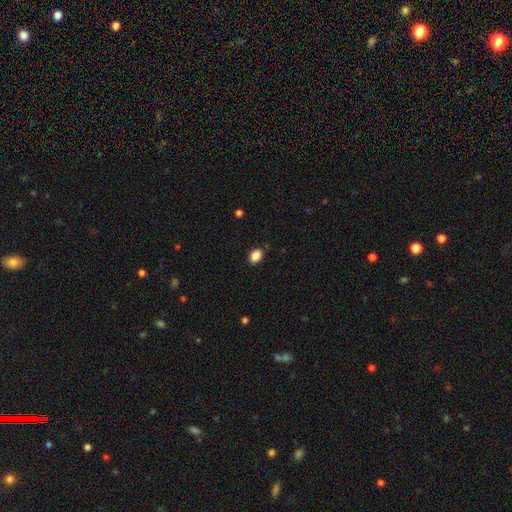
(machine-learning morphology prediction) Q: Smooth or featured?
A: smooth (87%); runner-up: star or artifact (9%)
Q: How rounded?
A: in between (77%); runner-up: round (22%)
Q: Merging?
A: none (87%); runner-up: minor disturbance (10%)